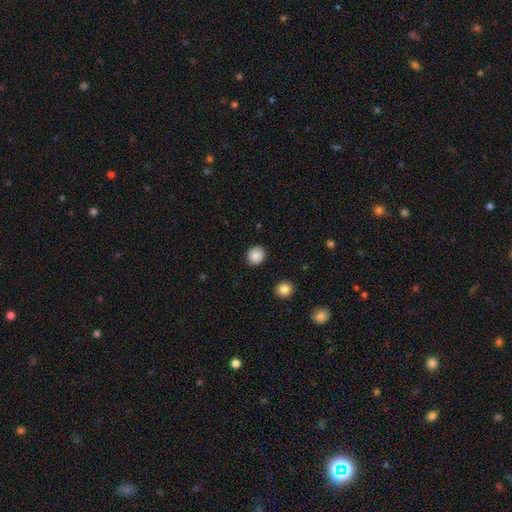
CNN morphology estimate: Smooth or featured?
  - smooth: 88% *
  - star or artifact: 9%
  - featured or disk: 3%
How rounded?
  - round: 88% *
  - in between: 11%
  - cigar-shaped: 1%
Merging?
  - none: 91% *
  - minor disturbance: 6%
  - major disturbance: 2%
  - merger: 1%